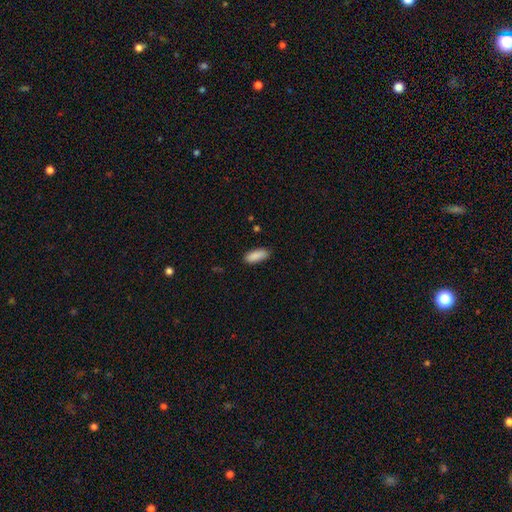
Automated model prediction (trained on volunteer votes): Overall: smooth (89%). How rounded: in between (76%). Merging: none (83%).